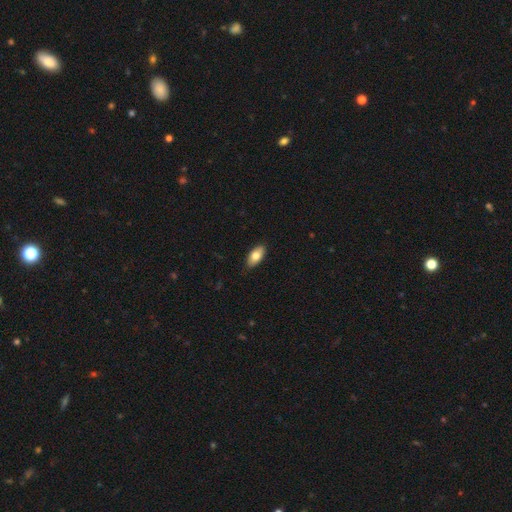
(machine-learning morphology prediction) The model was most divided on "smooth or featured": smooth: 79%, featured or disk: 15%, star or artifact: 6%. More confident: how rounded — in between (91%); merging — none (87%).